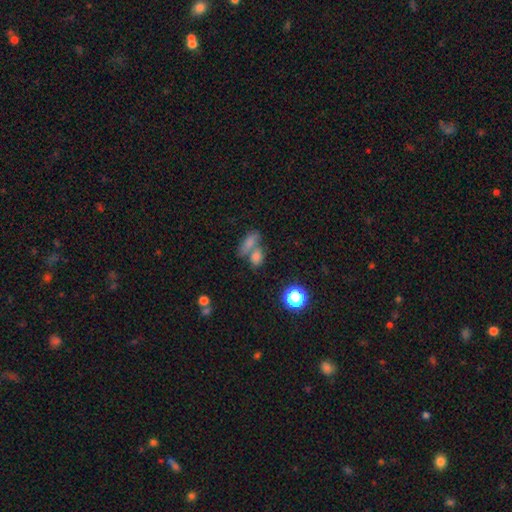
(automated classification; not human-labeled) A smooth galaxy with no disk features (71%) that is in between round and cigar-shaped (68%).

Vote fractions:
- Smooth or featured? smooth: 71% / star or artifact: 16% / featured or disk: 13%
- How rounded? in between: 68% / round: 22% / cigar-shaped: 9%
- Merging? merger: 49% / none: 37% / minor disturbance: 9% / major disturbance: 5%